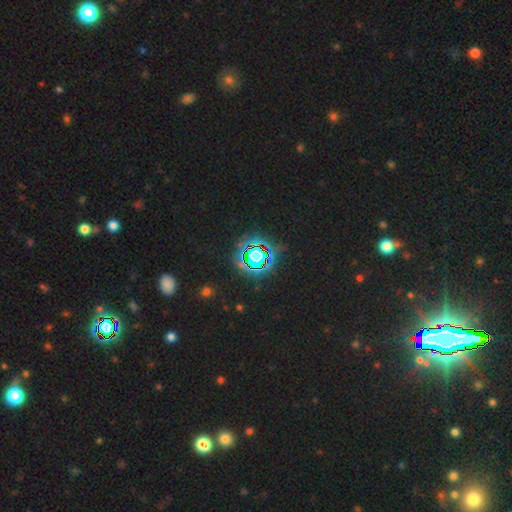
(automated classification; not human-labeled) smooth_or_featured: star or artifact (p=0.74) [alt: smooth p=0.14]